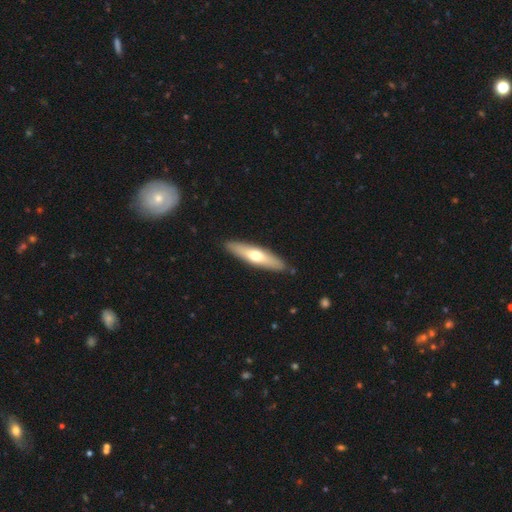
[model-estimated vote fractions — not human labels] Q: Smooth or featured?
A: smooth (53%); runner-up: featured or disk (42%)
Q: How rounded?
A: cigar-shaped (78%); runner-up: in between (21%)
Q: Merging?
A: none (89%); runner-up: minor disturbance (8%)